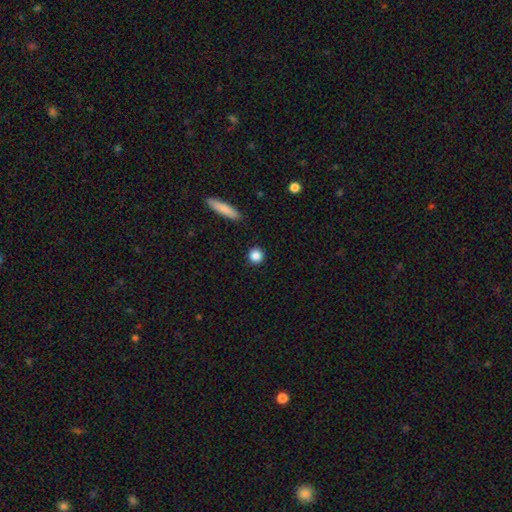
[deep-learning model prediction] Smooth or featured? smooth (85%)
How rounded? round (92%)
Merging? none (91%)